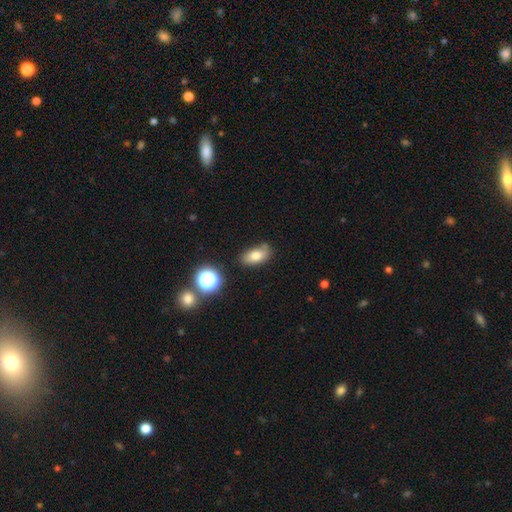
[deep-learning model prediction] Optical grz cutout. It shows a smooth galaxy with no disk features (76%) that is in between round and cigar-shaped (88%). Merging: none (65%).